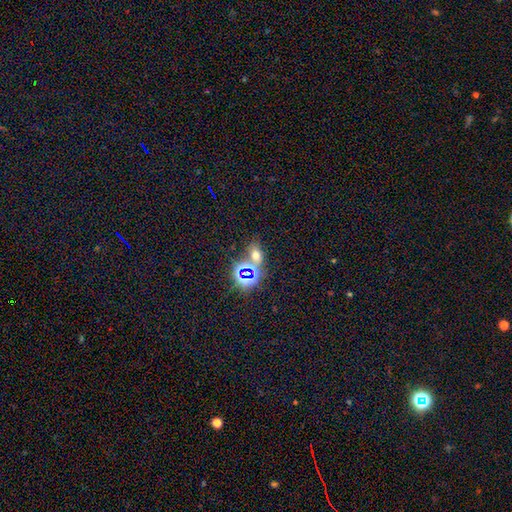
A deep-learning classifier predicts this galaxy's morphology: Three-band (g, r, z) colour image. It shows a smooth galaxy with no disk features (47%). Merging: none (66%).